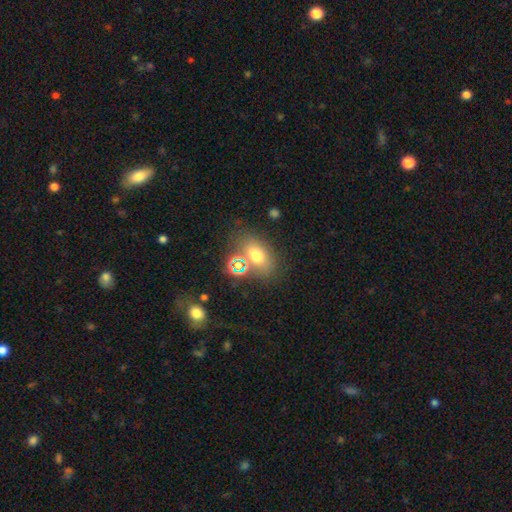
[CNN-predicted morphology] This appears to be a smooth galaxy with no disk features (66%) that is in between round and cigar-shaped (72%). Merging: none (67%).